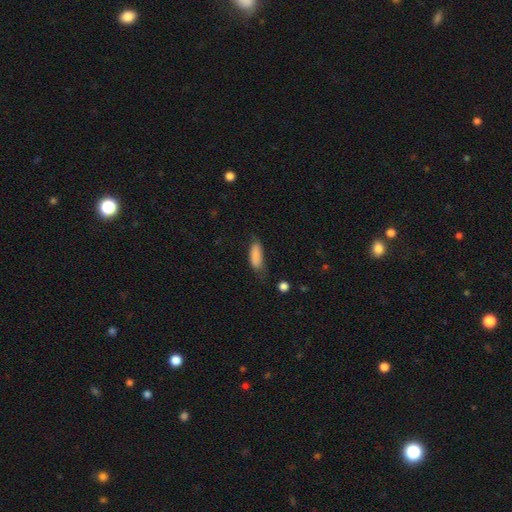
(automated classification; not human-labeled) A smooth galaxy with no disk features (85%) that is in between round and cigar-shaped (67%).

Vote fractions:
- Smooth or featured? smooth: 85% / featured or disk: 8% / star or artifact: 7%
- How rounded? in between: 67% / cigar-shaped: 31% / round: 2%
- Merging? none: 59% / minor disturbance: 30% / major disturbance: 9% / merger: 2%